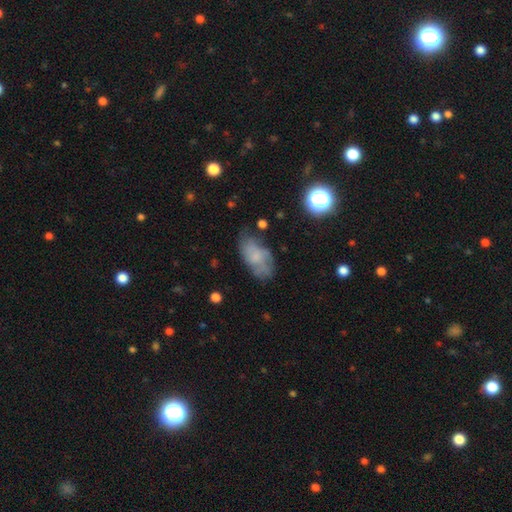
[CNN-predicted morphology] A smooth galaxy with no disk features (55%) that is in between round and cigar-shaped (91%).

Vote fractions:
- Smooth or featured? smooth: 55% / featured or disk: 35% / star or artifact: 10%
- How rounded? in between: 91% / round: 6% / cigar-shaped: 3%
- Merging? none: 54% / minor disturbance: 28% / major disturbance: 14% / merger: 3%